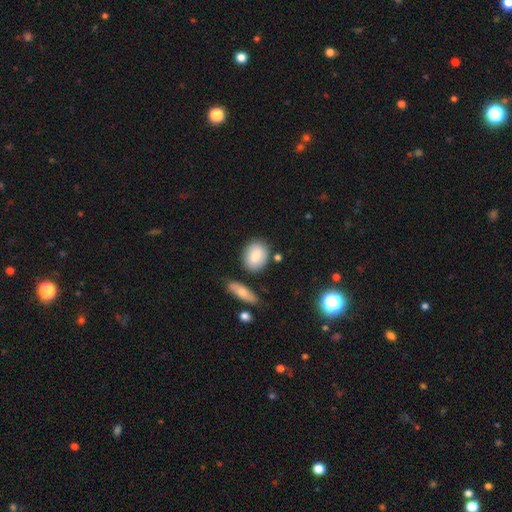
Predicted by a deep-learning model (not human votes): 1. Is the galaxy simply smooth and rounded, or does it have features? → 83% smooth, 11% featured or disk, 7% star or artifact.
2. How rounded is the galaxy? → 55% in between, 44% round, 2% cigar-shaped.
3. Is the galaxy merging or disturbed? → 77% none, 14% minor disturbance, 7% merger, 3% major disturbance.